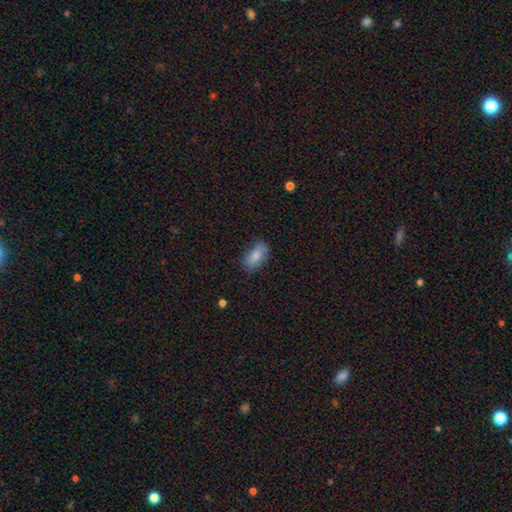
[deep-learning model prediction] smooth-or-featured: smooth: 82% | featured or disk: 11% | star or artifact: 7%
  how-rounded: in between: 90% | cigar-shaped: 6% | round: 4%
  merging: none: 79% | minor disturbance: 16% | major disturbance: 3% | merger: 1%